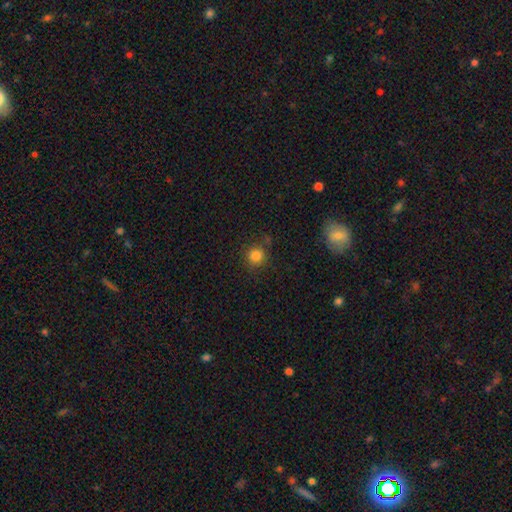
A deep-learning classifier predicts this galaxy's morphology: Smooth or featured? Predicted: smooth (p=0.83). How rounded? Predicted: round (p=0.91). Merging? Predicted: none (p=0.82).